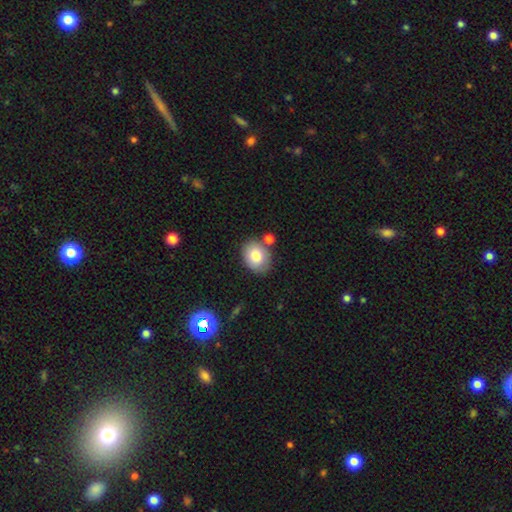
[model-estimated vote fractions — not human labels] Overall: smooth (82%). How rounded: in between (56%; round 44%). Merging: none (73%).